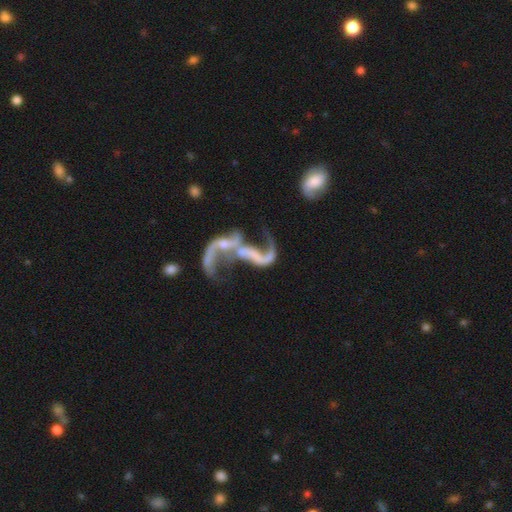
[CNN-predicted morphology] This is clearly a featured or disk galaxy (83%). It is clearly not viewed edge-on (95%). Bar: possibly no (48%). Spiral arm pattern: likely yes (79%). Spiral arm count: clearly 2 (82%). Spiral winding: clearly loose (90%). Central bulge: marginally none (44%). Merging: marginally merger (36%).